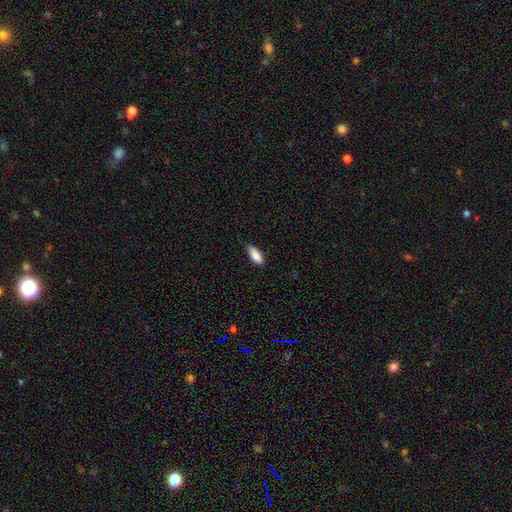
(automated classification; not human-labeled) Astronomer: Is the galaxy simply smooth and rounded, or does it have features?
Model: smooth — 87%.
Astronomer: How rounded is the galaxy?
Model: in between — 75%.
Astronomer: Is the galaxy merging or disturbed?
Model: none — 69%.